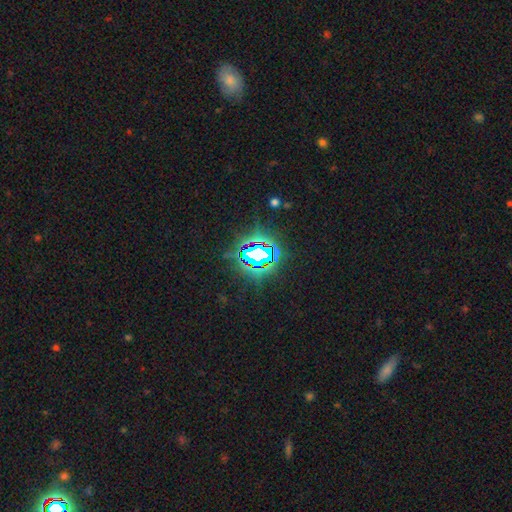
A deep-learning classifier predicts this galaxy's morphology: type=star or artifact (80%).